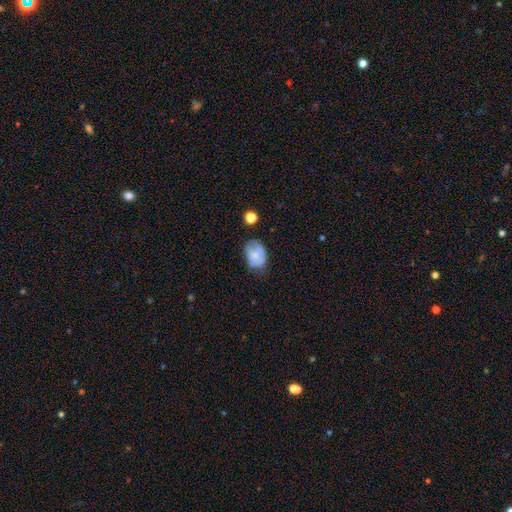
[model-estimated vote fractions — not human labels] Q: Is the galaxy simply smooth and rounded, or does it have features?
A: smooth — 61%.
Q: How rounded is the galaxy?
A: in between — 76%.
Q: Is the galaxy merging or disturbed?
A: none — 48%.